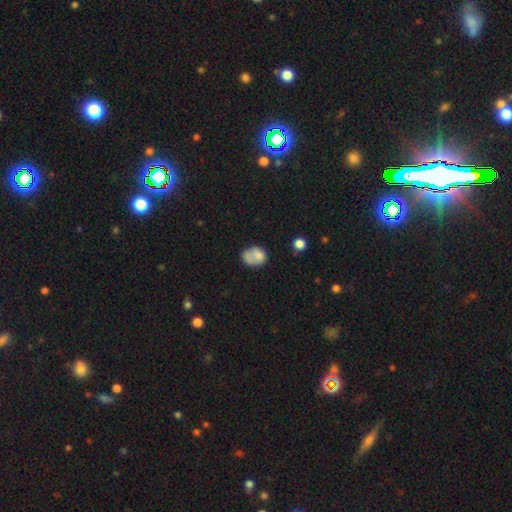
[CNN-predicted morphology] Smooth or featured?
  - smooth: 75% *
  - featured or disk: 16%
  - star or artifact: 9%
How rounded?
  - in between: 62% *
  - round: 37%
  - cigar-shaped: 1%
Merging?
  - none: 44% *
  - minor disturbance: 29%
  - major disturbance: 17%
  - merger: 10%